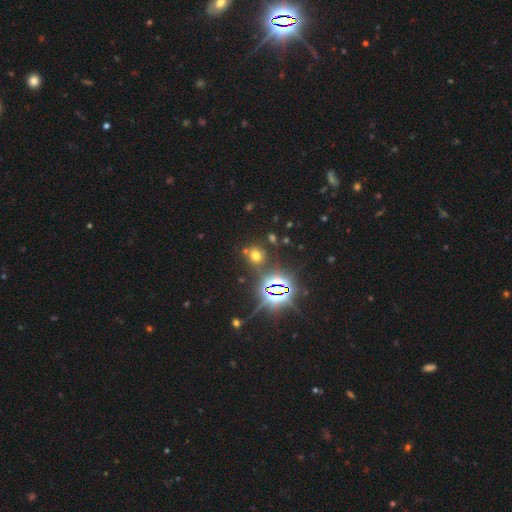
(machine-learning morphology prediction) A smooth galaxy with no disk features (50%) that is round (80%). Merging: none (77%).